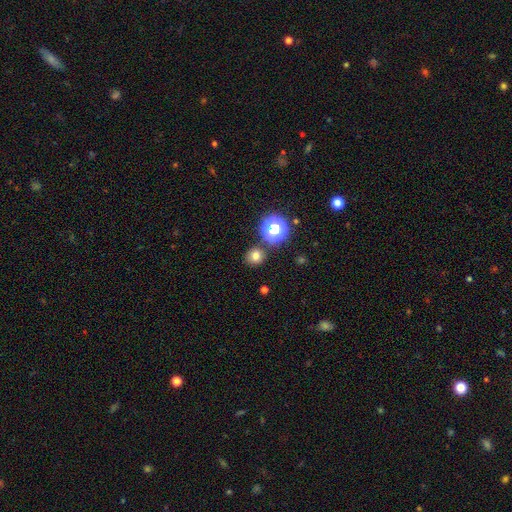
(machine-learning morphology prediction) The model was most divided on "smooth or featured": smooth: 72%, star or artifact: 20%, featured or disk: 8%. More confident: how rounded — round (88%); merging — none (83%).